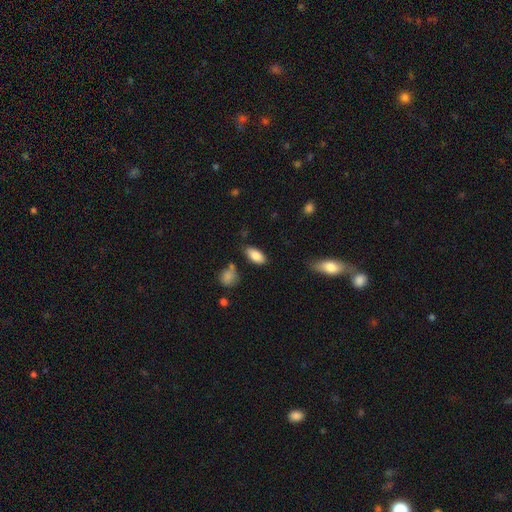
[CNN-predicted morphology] Smooth or featured? smooth (86%)
How rounded? in between (92%)
Merging? none (80%)